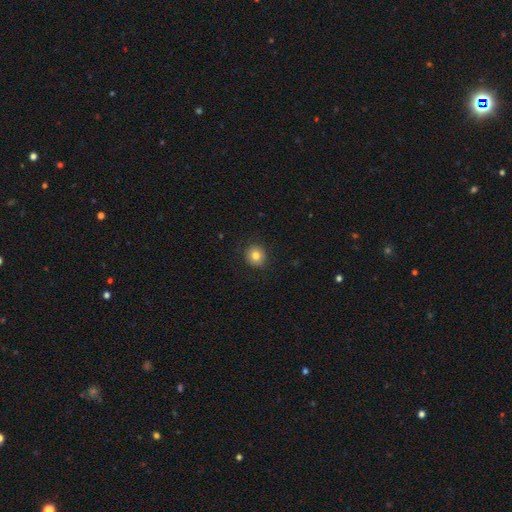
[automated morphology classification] A smooth galaxy with no disk features (80%) that is round (88%). Merging: none (89%).